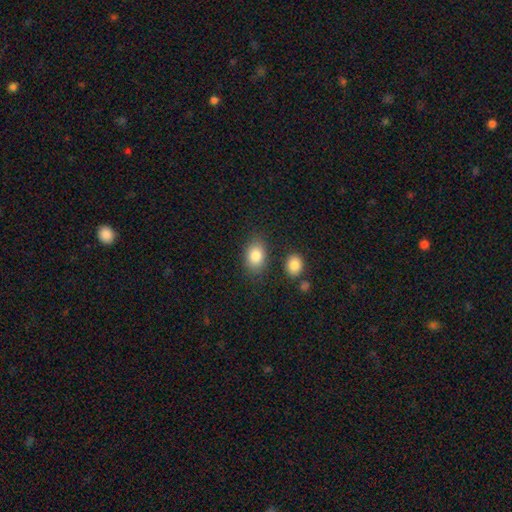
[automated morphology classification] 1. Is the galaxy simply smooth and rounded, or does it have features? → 85% smooth, 8% star or artifact, 7% featured or disk.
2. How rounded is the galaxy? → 79% in between, 20% round, 1% cigar-shaped.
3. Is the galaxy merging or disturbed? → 77% none, 14% minor disturbance, 5% merger, 4% major disturbance.